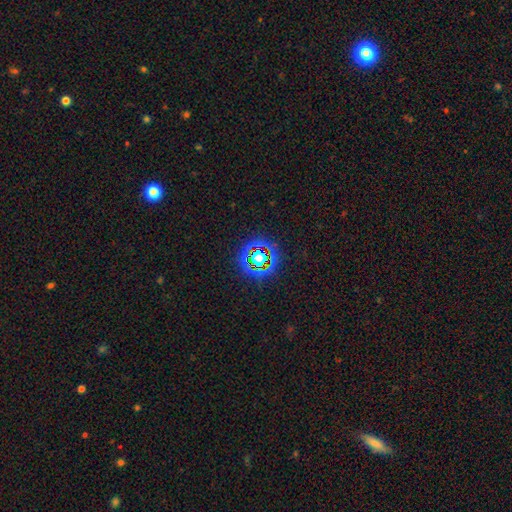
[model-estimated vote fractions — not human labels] Smooth or featured: star or artifact — 72% (smooth — 17%)